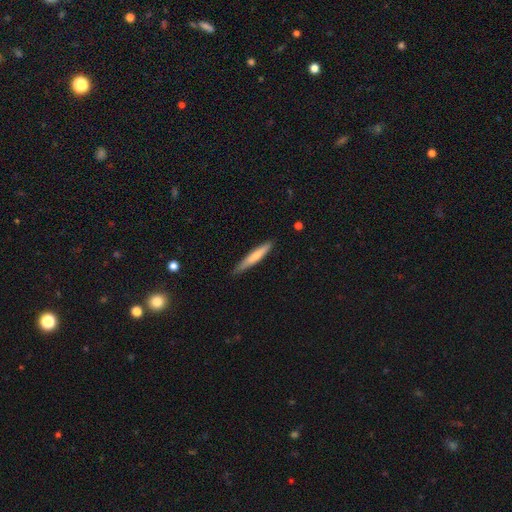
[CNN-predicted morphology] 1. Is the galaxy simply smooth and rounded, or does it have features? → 66% smooth, 29% featured or disk, 5% star or artifact.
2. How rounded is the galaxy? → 93% cigar-shaped, 6% in between, 1% round.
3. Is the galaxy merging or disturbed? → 83% none, 13% minor disturbance, 2% major disturbance, 1% merger.